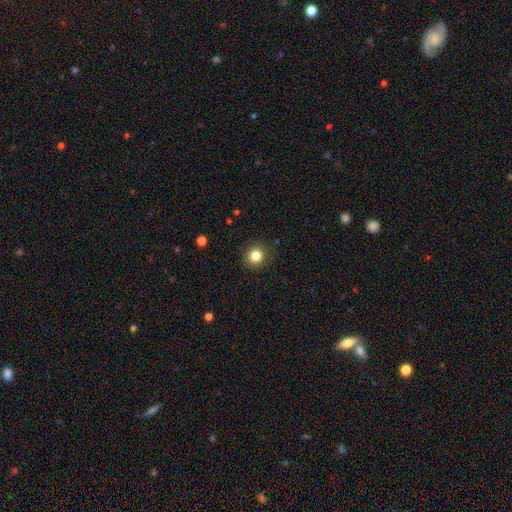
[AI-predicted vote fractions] Overall: smooth (83%). How rounded: round (91%). Merging: none (89%).